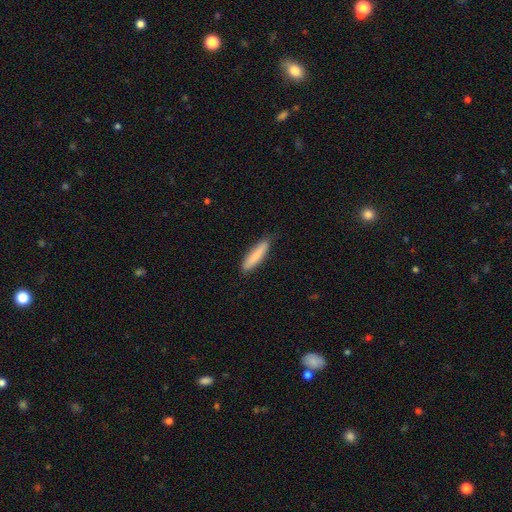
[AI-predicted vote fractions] Morphology: type=smooth (83%); roundness=cigar-shaped (84%); merging=none (83%).